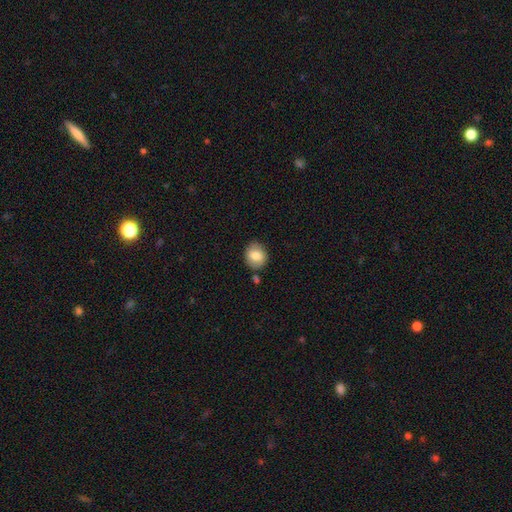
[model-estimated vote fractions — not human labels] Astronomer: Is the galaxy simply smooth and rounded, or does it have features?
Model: smooth — 80%.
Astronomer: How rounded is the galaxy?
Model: round — 71%.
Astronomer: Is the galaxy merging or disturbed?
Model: none — 78%.